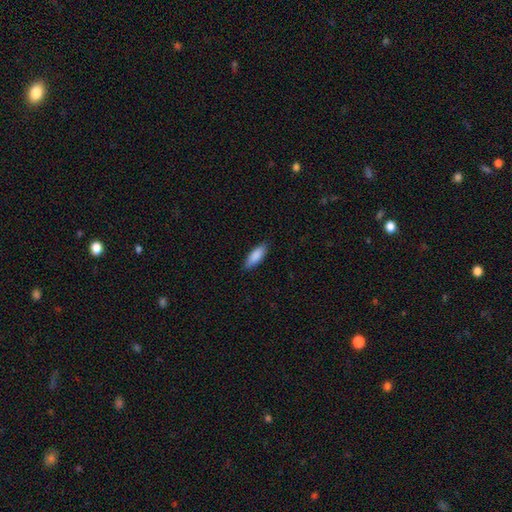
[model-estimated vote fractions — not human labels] Q: Smooth or featured?
A: smooth (88%); runner-up: featured or disk (7%)
Q: How rounded?
A: in between (69%); runner-up: cigar-shaped (30%)
Q: Merging?
A: none (86%); runner-up: minor disturbance (11%)